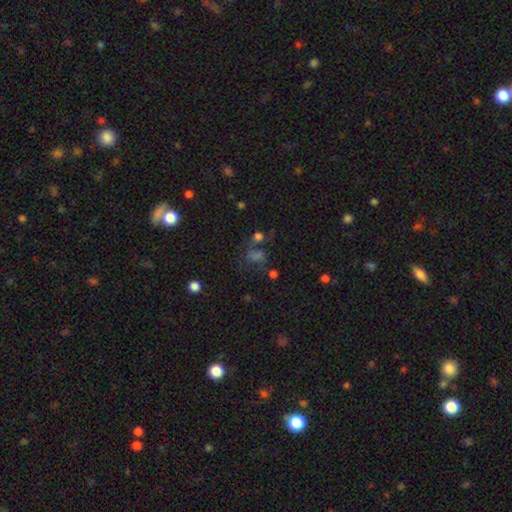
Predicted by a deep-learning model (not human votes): This is marginally a star or artifact rather than a galaxy (41%).